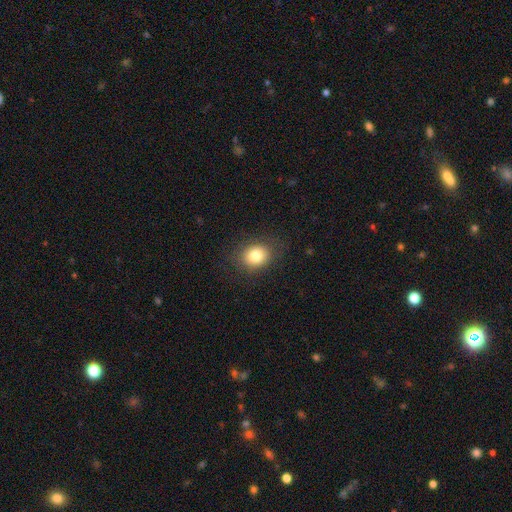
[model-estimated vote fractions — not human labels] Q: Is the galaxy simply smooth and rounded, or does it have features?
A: smooth — 80%.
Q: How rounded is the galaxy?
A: round — 60%.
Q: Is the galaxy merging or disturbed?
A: none — 86%.